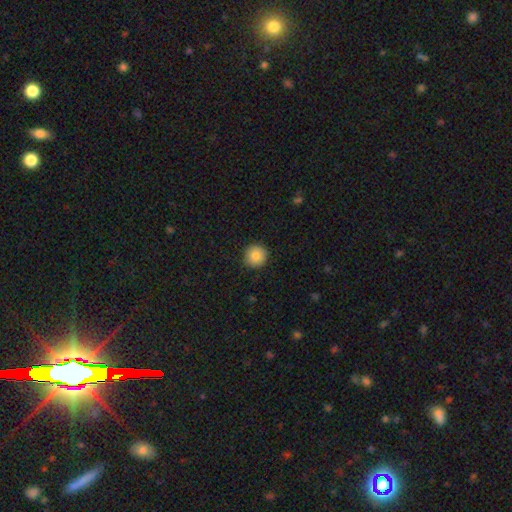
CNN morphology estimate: A smooth galaxy with no disk features (85%) that is round (95%). Merging: none (90%).